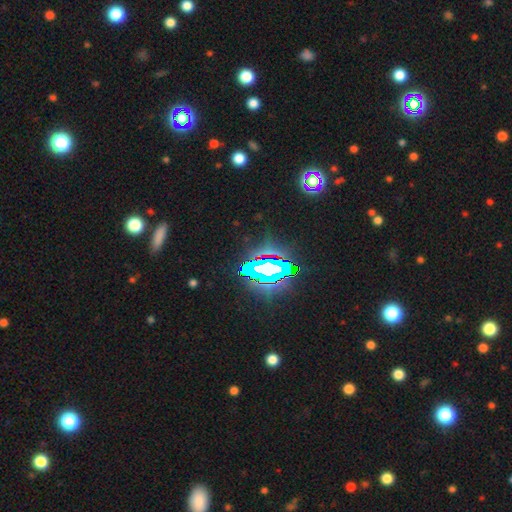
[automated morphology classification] The model was most divided on "smooth or featured": star or artifact: 81%, smooth: 11%, featured or disk: 8%.